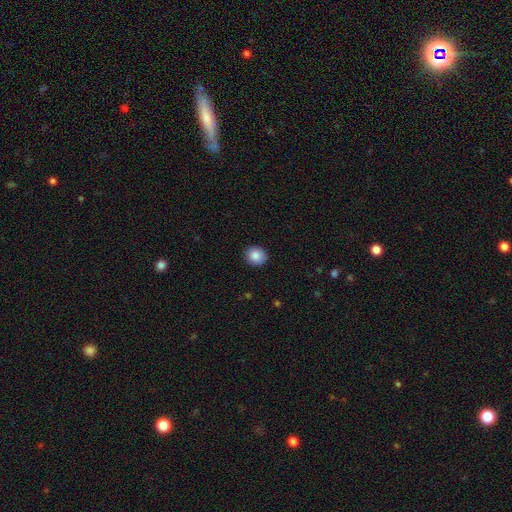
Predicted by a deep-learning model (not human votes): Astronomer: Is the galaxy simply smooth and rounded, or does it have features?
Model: smooth — 87%.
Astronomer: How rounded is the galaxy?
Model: round — 71%.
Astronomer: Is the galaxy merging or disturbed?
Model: none — 90%.